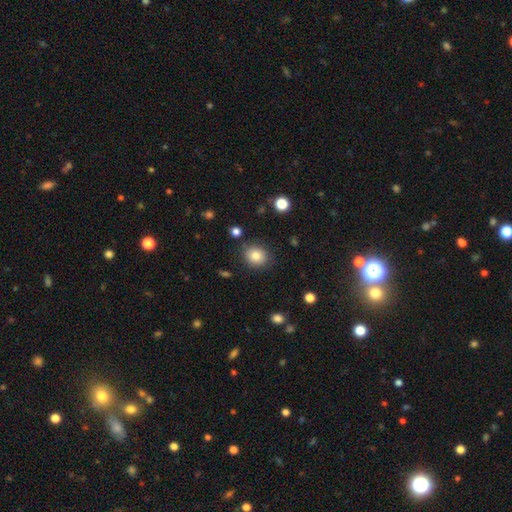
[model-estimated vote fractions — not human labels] smooth 83%, star or artifact 10%, featured or disk 7%. Down the decision tree: how rounded — round (76%); merging — none (85%).